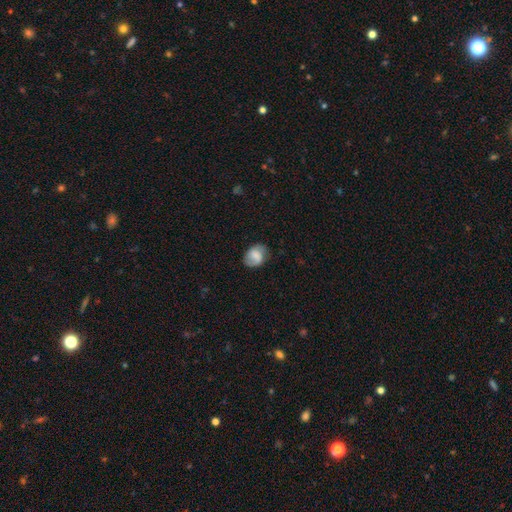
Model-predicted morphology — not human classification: The model was most divided on "how rounded": in between: 59%, round: 40%, cigar-shaped: 1%. More confident: merging — none (71%); smooth or featured — smooth (57%).